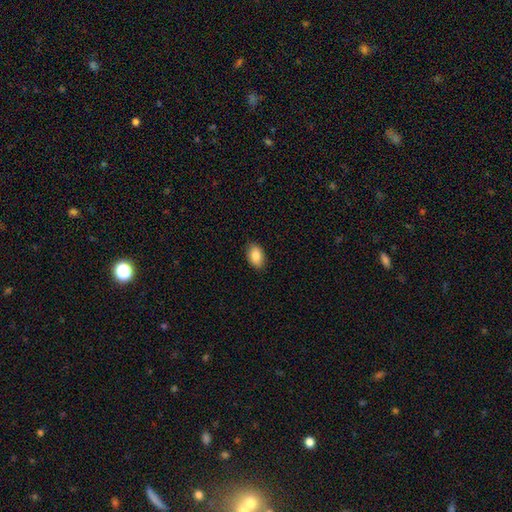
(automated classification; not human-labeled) Smooth or featured: smooth — 88% (star or artifact — 7%)
How rounded: in between — 89% (round — 9%)
Merging: none — 88% (minor disturbance — 9%)